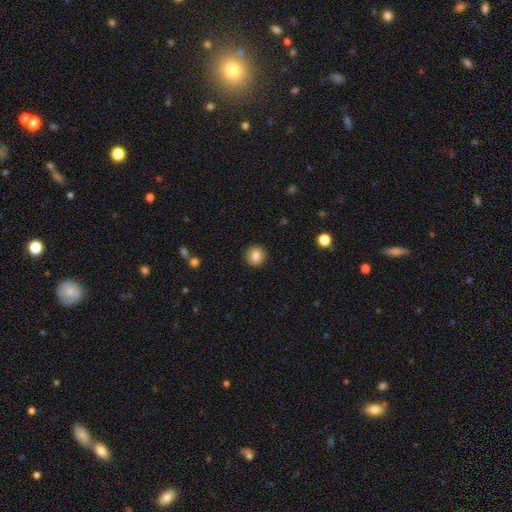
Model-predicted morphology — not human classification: Q: Smooth or featured?
A: smooth (84%); runner-up: star or artifact (10%)
Q: How rounded?
A: round (88%); runner-up: in between (11%)
Q: Merging?
A: none (91%); runner-up: minor disturbance (6%)